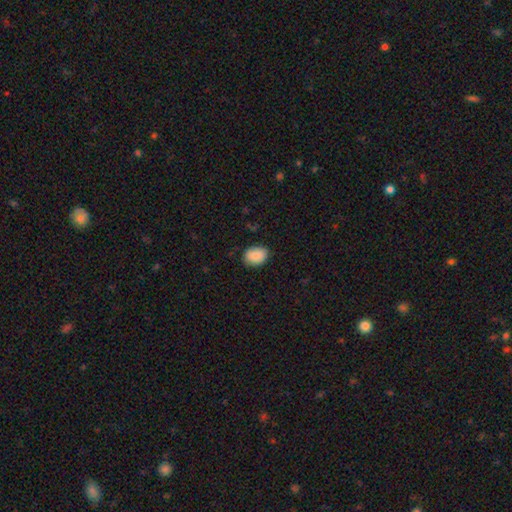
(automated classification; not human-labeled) Smooth or featured?
  - smooth: 88% *
  - star or artifact: 7%
  - featured or disk: 5%
How rounded?
  - in between: 67% *
  - round: 32%
  - cigar-shaped: 1%
Merging?
  - none: 85% *
  - minor disturbance: 11%
  - major disturbance: 2%
  - merger: 1%